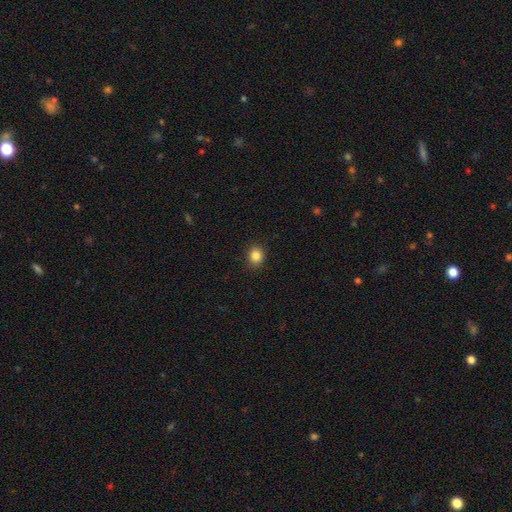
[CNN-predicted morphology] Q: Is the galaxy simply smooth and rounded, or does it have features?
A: smooth — 85%.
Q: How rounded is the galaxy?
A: round — 72%.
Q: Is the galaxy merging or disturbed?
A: none — 89%.